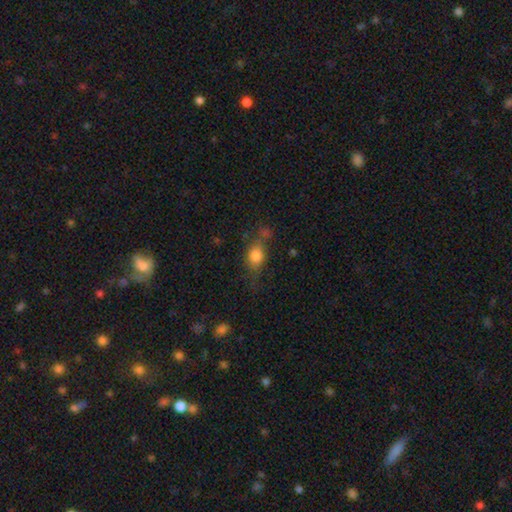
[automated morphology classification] Smooth or featured? smooth (75%)
How rounded? in between (60%)
Merging? none (50%)